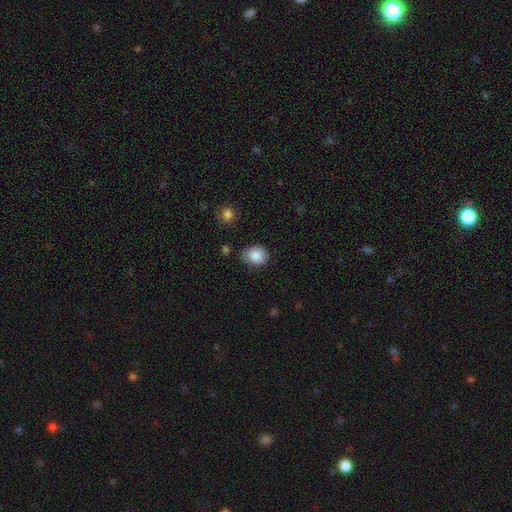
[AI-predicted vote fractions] Smooth or featured?
  - smooth: 87% *
  - star or artifact: 8%
  - featured or disk: 5%
How rounded?
  - round: 55% *
  - in between: 45%
  - cigar-shaped: 1%
Merging?
  - none: 70% *
  - minor disturbance: 23%
  - major disturbance: 4%
  - merger: 3%